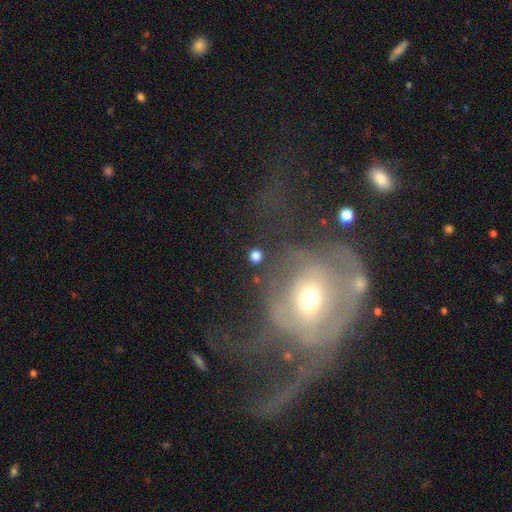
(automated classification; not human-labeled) Smooth or featured? Predicted: smooth (p=0.78). How rounded? Predicted: round (p=0.87). Merging? Predicted: none (p=0.84).